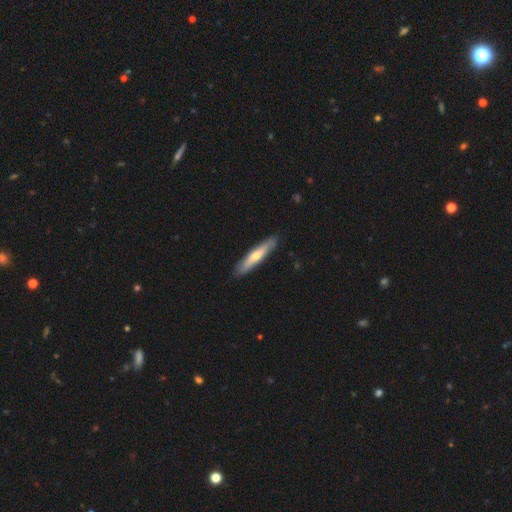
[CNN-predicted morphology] smooth 52%, featured or disk 43%, star or artifact 5%. Down the decision tree: how rounded — cigar-shaped (87%); merging — none (89%).